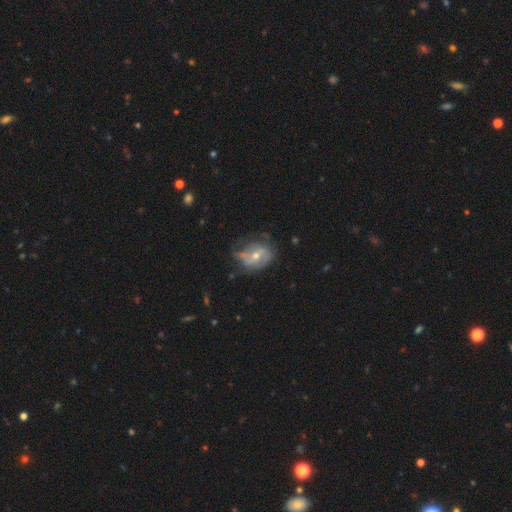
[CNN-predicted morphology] featured or disk 67%, smooth 23%, star or artifact 10%. Down the decision tree: edge-on disk — no (96%); bar — no (46%); spiral arms — yes (74%); bulge size — moderate (53%); merging — none (53%).